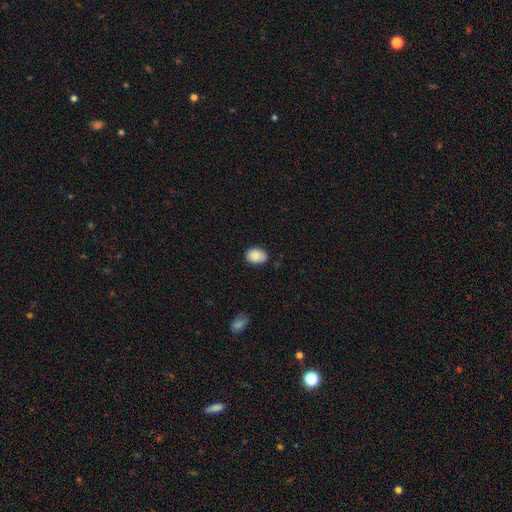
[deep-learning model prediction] Overall: smooth (87%). How rounded: in between (76%). Merging: none (81%).